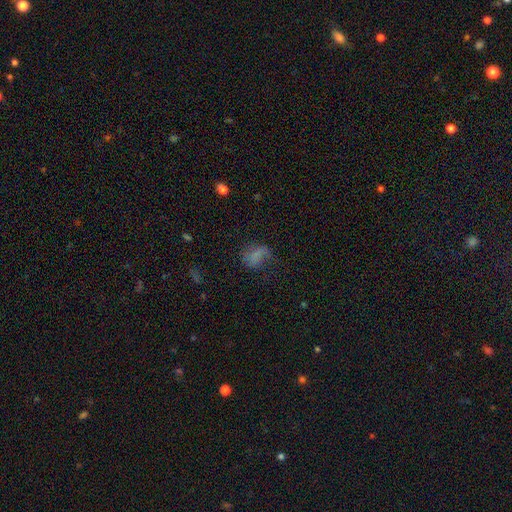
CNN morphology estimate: smooth 60%, featured or disk 24%, star or artifact 16%. Down the decision tree: how rounded — in between (74%); merging — none (43%).